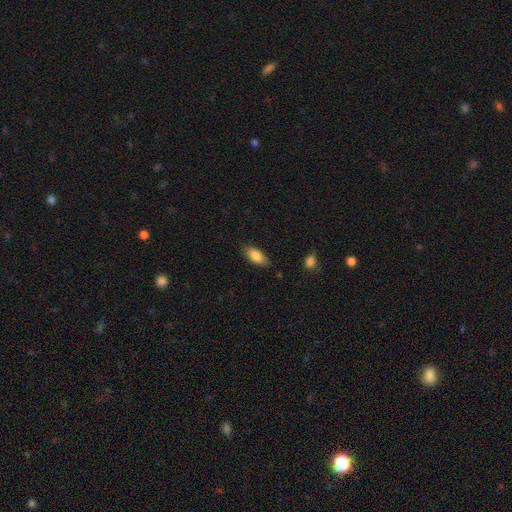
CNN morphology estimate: Smooth or featured?
  - smooth: 82% *
  - featured or disk: 11%
  - star or artifact: 7%
How rounded?
  - in between: 84% *
  - cigar-shaped: 14%
  - round: 3%
Merging?
  - none: 77% *
  - minor disturbance: 18%
  - major disturbance: 3%
  - merger: 2%